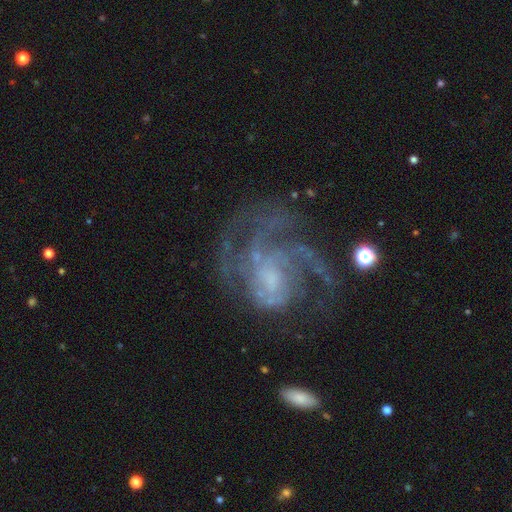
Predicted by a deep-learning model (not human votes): A featured or disk galaxy (81%) with no bar (69%), medium (42%) spiral arms (85%) and a small central bulge (33%).

Vote fractions:
- Smooth or featured? featured or disk: 81% / smooth: 10% / star or artifact: 9%
- Edge-on disk? no: 98% / yes: 2%
- Bar? no: 69% / weak: 26% / strong: 5%
- Spiral arms? yes: 85% / no: 15%
- Spiral winding? medium: 42% / tight: 33% / loose: 25%
- Spiral arm count? can't tell: 32% / 3: 21% / 2: 20% / 1: 11% / 4: 9% / more than 4: 7%
- Bulge size? small: 33% / none: 32% / moderate: 28% / large: 6% / dominant: 2%
- Merging? none: 46% / major disturbance: 32% / minor disturbance: 18% / merger: 4%